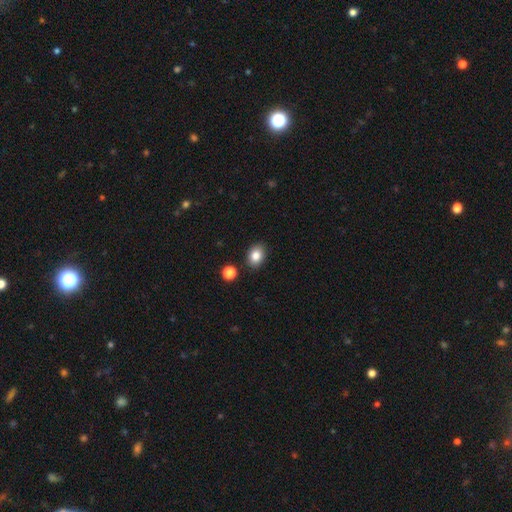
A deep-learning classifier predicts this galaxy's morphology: A smooth galaxy with no disk features (84%) that is in between round and cigar-shaped (69%).

Vote fractions:
- Smooth or featured? smooth: 84% / star or artifact: 9% / featured or disk: 7%
- How rounded? in between: 69% / round: 30% / cigar-shaped: 1%
- Merging? none: 85% / minor disturbance: 9% / merger: 3% / major disturbance: 2%